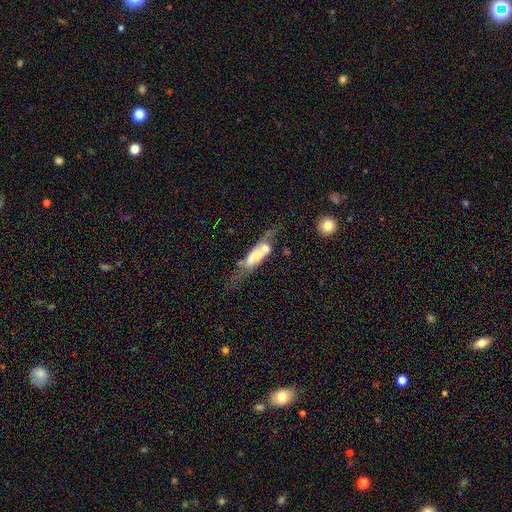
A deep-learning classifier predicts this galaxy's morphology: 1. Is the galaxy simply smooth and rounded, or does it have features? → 48% featured or disk, 43% smooth, 8% star or artifact.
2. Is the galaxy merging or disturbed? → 31% merger, 27% none, 23% major disturbance, 19% minor disturbance.